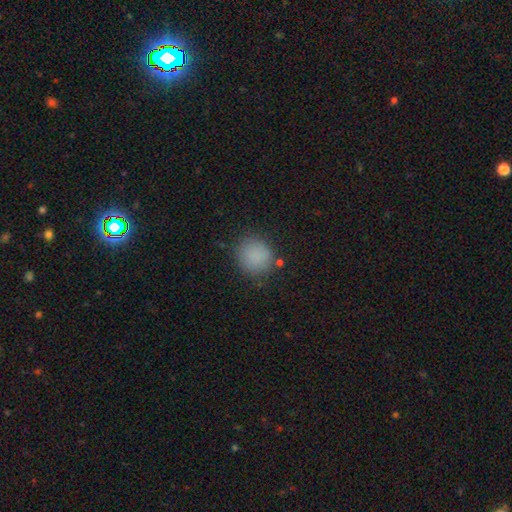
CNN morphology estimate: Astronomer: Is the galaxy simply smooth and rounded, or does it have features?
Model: smooth — 85%.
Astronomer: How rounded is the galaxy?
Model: round — 85%.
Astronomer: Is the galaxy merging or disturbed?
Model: none — 81%.